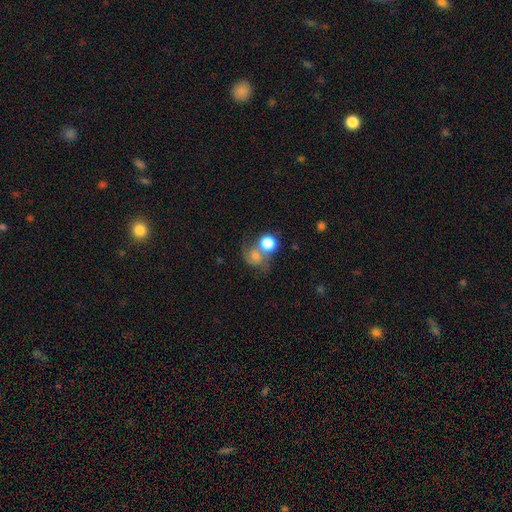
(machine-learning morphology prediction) This is possibly a smooth galaxy (54%). How rounded: likely round (70%). Merging: possibly merger (46%).